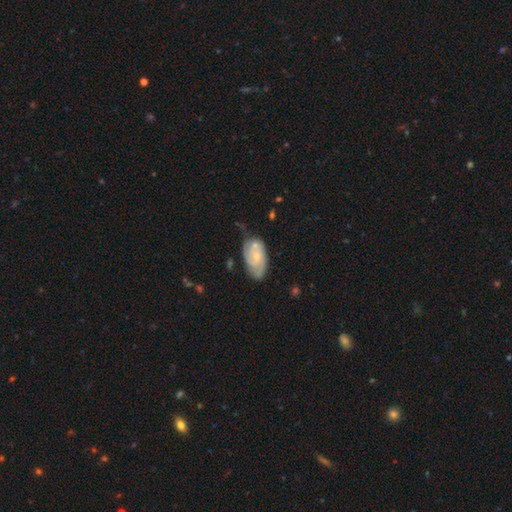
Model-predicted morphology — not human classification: Smooth or featured: featured or disk — 70% (smooth — 24%)
Edge-on disk: no — 96% (yes — 4%)
Bar: no — 70% (weak — 26%)
Spiral arms: yes — 88% (no — 12%)
Spiral winding: tight — 56% (medium — 33%)
Spiral arm count: 2 — 45% (can't tell — 29%)
Bulge size: small — 64% (moderate — 30%)
Merging: none — 56% (minor disturbance — 27%)